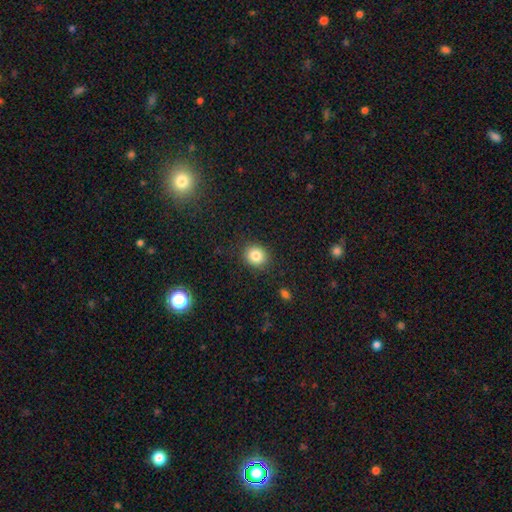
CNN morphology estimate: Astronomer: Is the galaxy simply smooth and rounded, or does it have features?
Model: smooth — 83%.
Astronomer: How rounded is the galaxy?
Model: round — 79%.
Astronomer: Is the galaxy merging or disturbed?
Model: none — 89%.